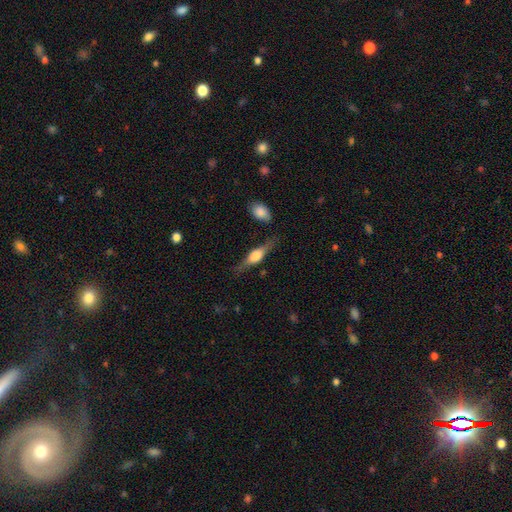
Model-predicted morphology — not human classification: Overall: featured or disk (62%; smooth 32%). Edge-on disk: yes (94%). Edge-on bulge: rounded (87%). Merging: none (76%).